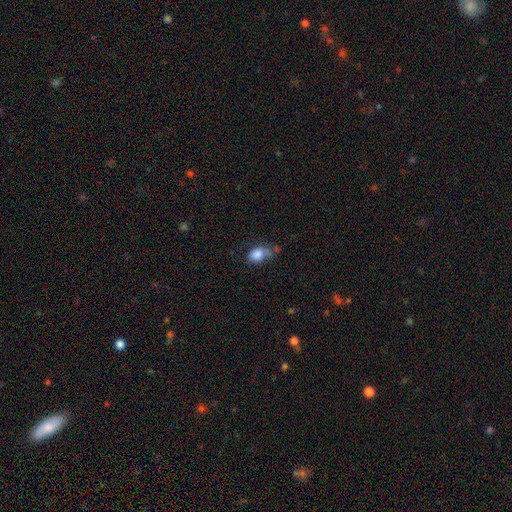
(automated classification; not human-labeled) A smooth galaxy with no disk features (83%) that is in between round and cigar-shaped (81%).

Vote fractions:
- Smooth or featured? smooth: 83% / star or artifact: 9% / featured or disk: 8%
- How rounded? in between: 81% / round: 17% / cigar-shaped: 2%
- Merging? none: 39% / minor disturbance: 36% / major disturbance: 17% / merger: 8%